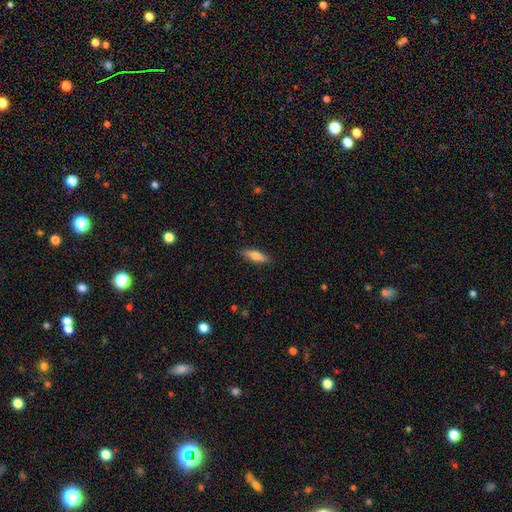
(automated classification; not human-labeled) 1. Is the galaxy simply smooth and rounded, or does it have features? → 68% smooth, 26% featured or disk, 6% star or artifact.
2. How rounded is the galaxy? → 57% cigar-shaped, 41% in between, 2% round.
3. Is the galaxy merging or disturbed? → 88% none, 9% minor disturbance, 2% major disturbance, 1% merger.